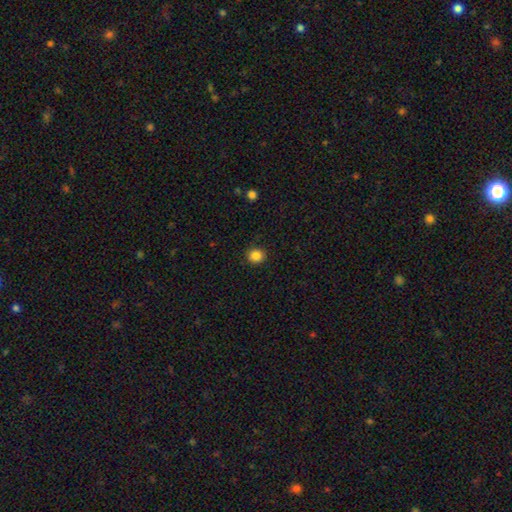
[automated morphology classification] Smooth or featured? Predicted: smooth (p=0.86). How rounded? Predicted: round (p=0.87). Merging? Predicted: none (p=0.91).